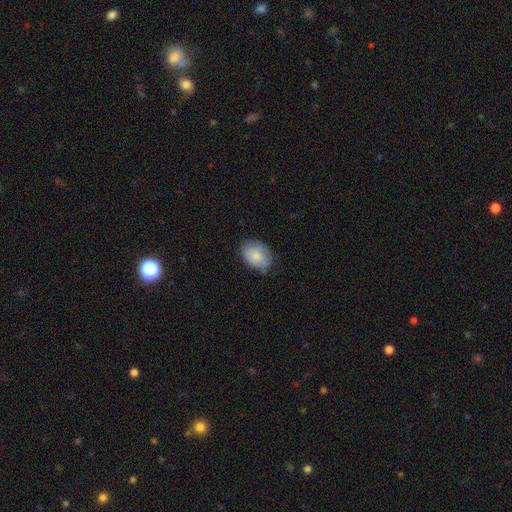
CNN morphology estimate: Overall: smooth (79%). How rounded: in between (81%). Merging: none (68%).